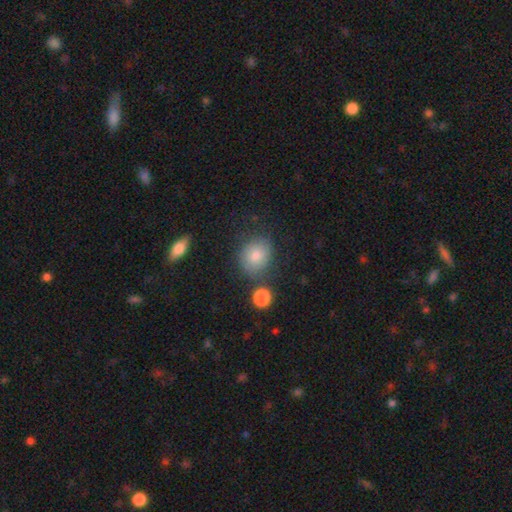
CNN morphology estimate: Smooth or featured? smooth (78%)
How rounded? round (65%)
Merging? none (73%)